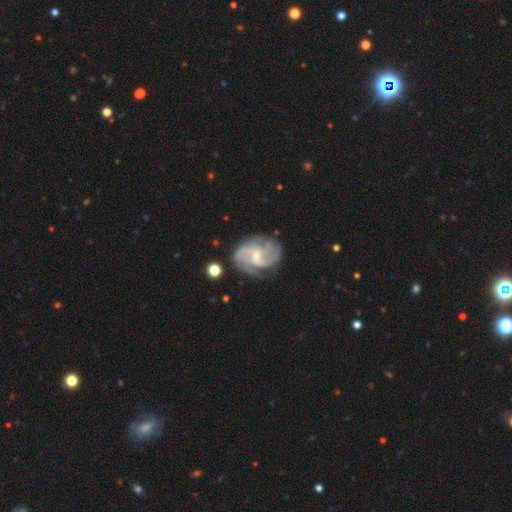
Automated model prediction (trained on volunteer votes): This is clearly a featured or disk galaxy (88%). It is clearly not viewed edge-on (98%). Bar: possibly no (46%). Spiral arm pattern: clearly yes (97%). Spiral arm count: possibly 2 (56%). Spiral winding: possibly medium (52%). Central bulge: likely small (72%). Merging: likely none (70%).